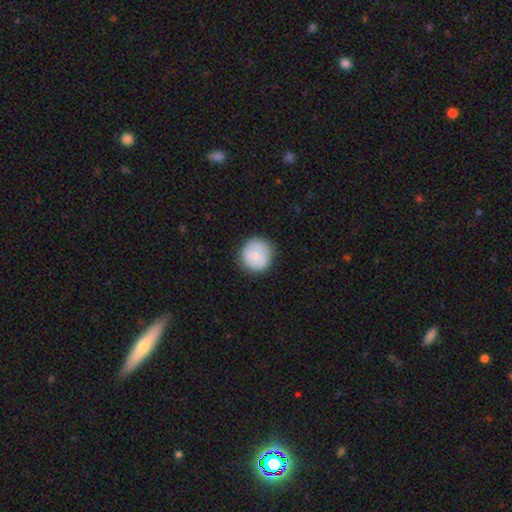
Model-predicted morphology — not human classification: smooth-or-featured: smooth: 66% | featured or disk: 28% | star or artifact: 6%
  how-rounded: round: 92% | in between: 7% | cigar-shaped: 1%
  merging: none: 81% | minor disturbance: 13% | major disturbance: 4% | merger: 1%